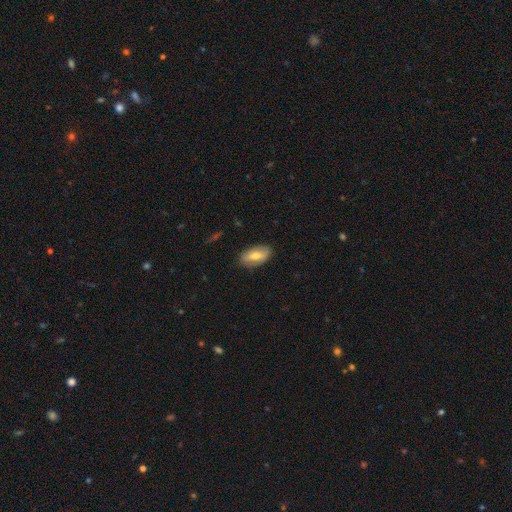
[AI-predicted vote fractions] smooth-or-featured: smooth: 68% | featured or disk: 26% | star or artifact: 6%
  how-rounded: in between: 90% | cigar-shaped: 7% | round: 4%
  merging: none: 83% | minor disturbance: 13% | major disturbance: 3% | merger: 1%